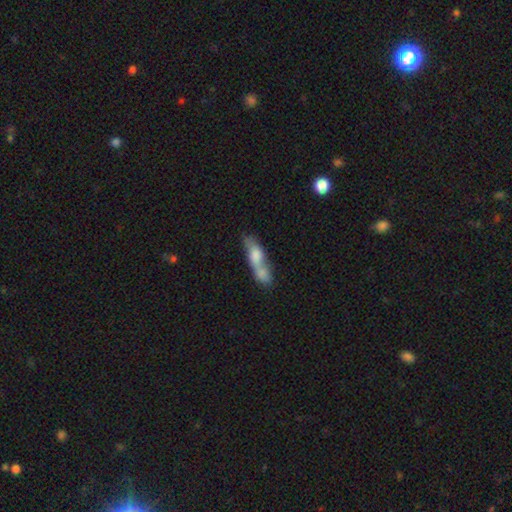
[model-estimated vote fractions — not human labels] This appears to be a smooth galaxy with no disk features (62%) that is in between round and cigar-shaped (51%). Merging: merger (67%).